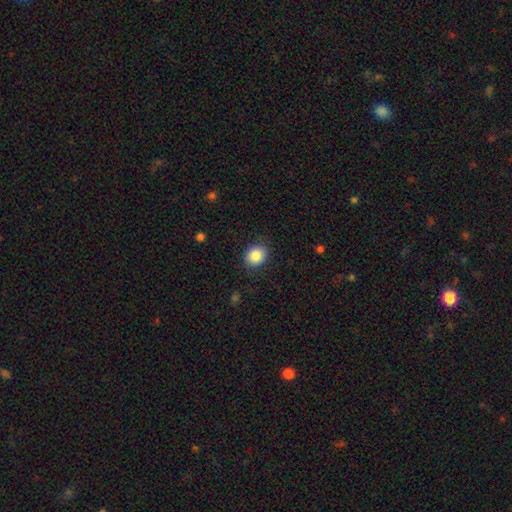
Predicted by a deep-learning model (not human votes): Q: Smooth or featured?
A: smooth (87%); runner-up: star or artifact (8%)
Q: How rounded?
A: round (64%); runner-up: in between (35%)
Q: Merging?
A: none (85%); runner-up: minor disturbance (10%)